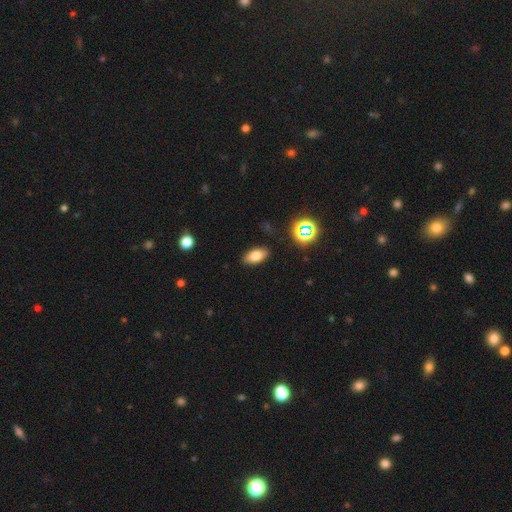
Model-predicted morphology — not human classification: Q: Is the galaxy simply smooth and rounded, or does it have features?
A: smooth — 76%.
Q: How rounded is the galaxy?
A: in between — 90%.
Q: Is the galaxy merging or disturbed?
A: none — 88%.